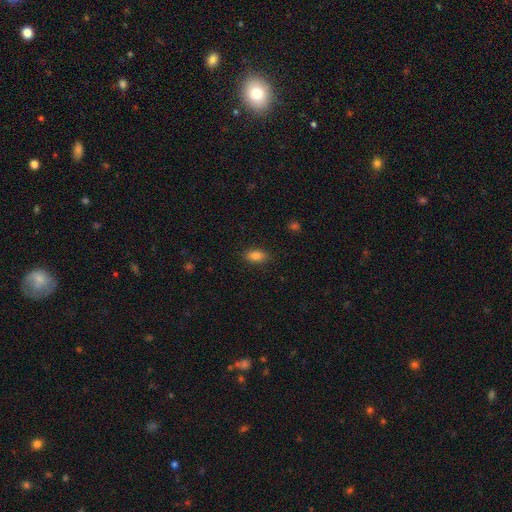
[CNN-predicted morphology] type=smooth (85%); roundness=in between (89%); merging=none (86%).